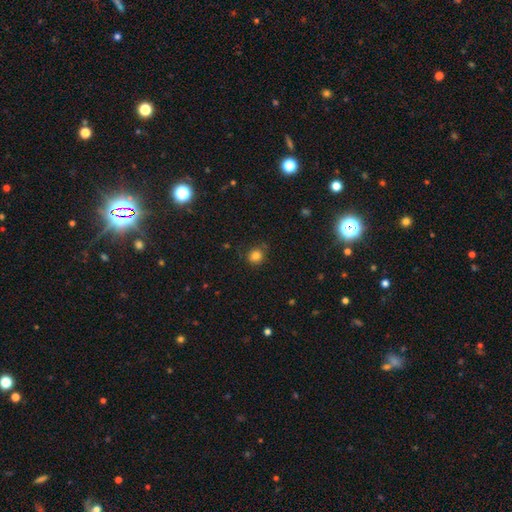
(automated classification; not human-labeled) This appears to be a smooth galaxy with no disk features (82%) that is round (84%). Merging: none (78%).